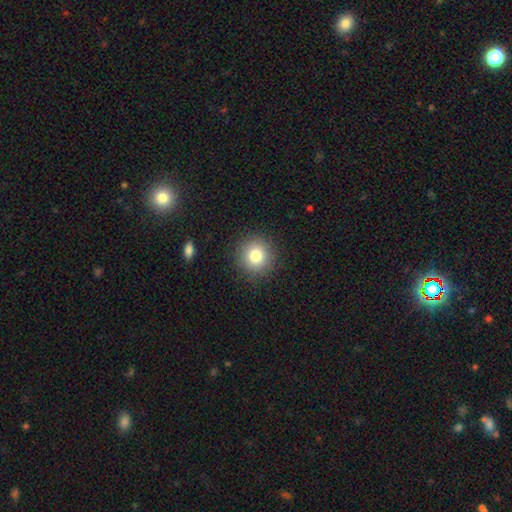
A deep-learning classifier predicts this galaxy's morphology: smooth-or-featured: smooth: 79% | star or artifact: 12% | featured or disk: 9%
  how-rounded: round: 93% | in between: 6% | cigar-shaped: 1%
  merging: none: 90% | minor disturbance: 6% | major disturbance: 2% | merger: 1%